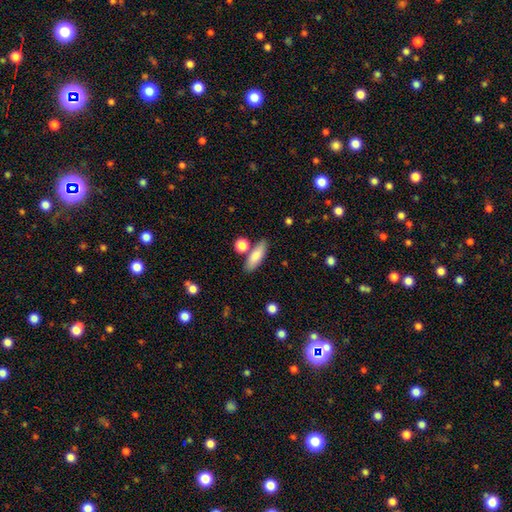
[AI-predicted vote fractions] Overall: smooth (80%). How rounded: in between (58%; cigar-shaped 39%). Merging: none (75%).